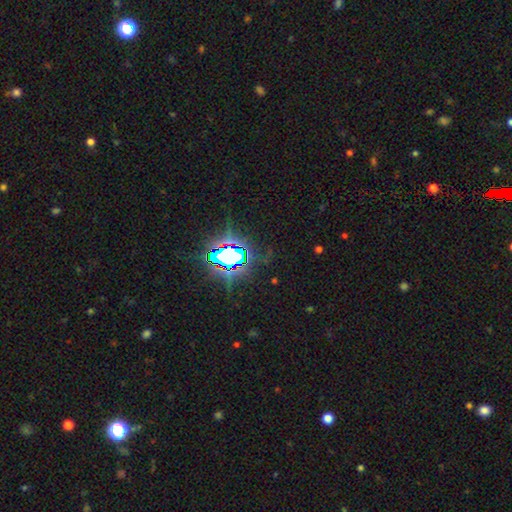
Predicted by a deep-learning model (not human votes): Smooth or featured? Predicted: star or artifact (p=0.84).